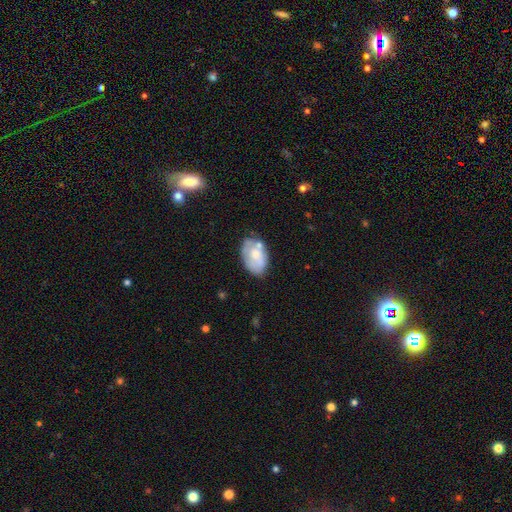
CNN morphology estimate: Smooth or featured: smooth — 57% (featured or disk — 36%)
How rounded: in between — 89% (round — 10%)
Merging: none — 57% (minor disturbance — 26%)